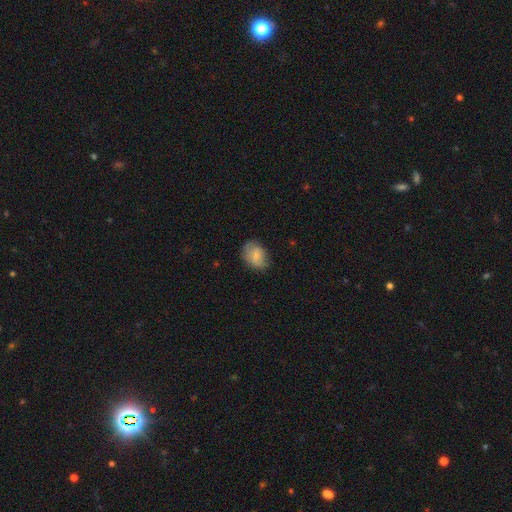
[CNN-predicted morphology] Q: Smooth or featured?
A: smooth (76%); runner-up: featured or disk (17%)
Q: How rounded?
A: in between (72%); runner-up: round (27%)
Q: Merging?
A: none (69%); runner-up: minor disturbance (23%)